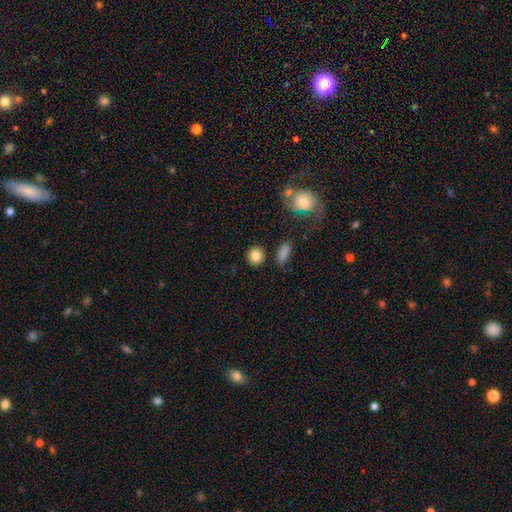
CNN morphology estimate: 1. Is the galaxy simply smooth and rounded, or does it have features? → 83% smooth, 10% star or artifact, 7% featured or disk.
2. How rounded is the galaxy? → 82% round, 16% in between, 1% cigar-shaped.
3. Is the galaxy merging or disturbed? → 86% none, 8% minor disturbance, 4% merger, 3% major disturbance.